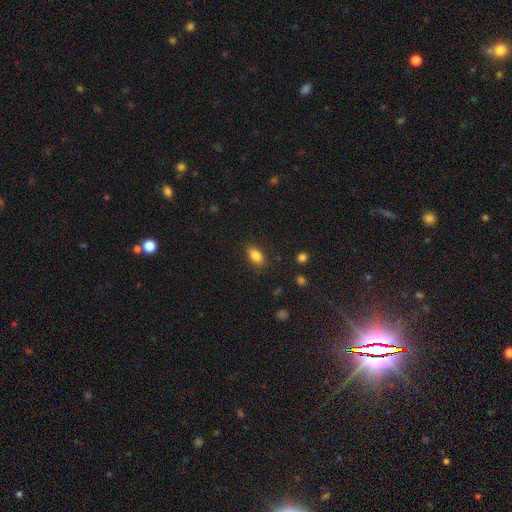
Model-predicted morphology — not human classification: Q: Smooth or featured?
A: smooth (85%); runner-up: star or artifact (9%)
Q: How rounded?
A: in between (88%); runner-up: round (8%)
Q: Merging?
A: none (84%); runner-up: minor disturbance (12%)